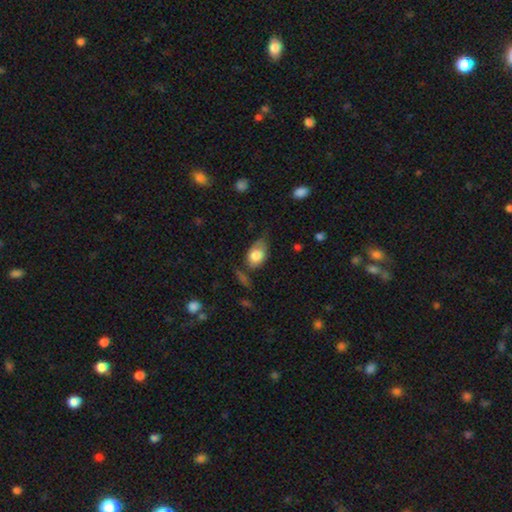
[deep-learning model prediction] This is likely a smooth galaxy (74%). How rounded: clearly in between (82%). Merging: possibly none (46%).